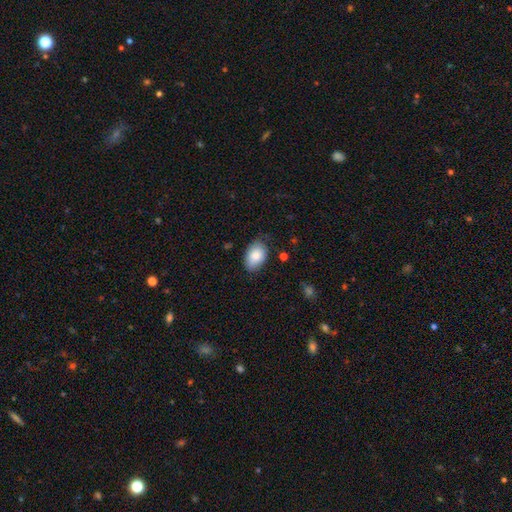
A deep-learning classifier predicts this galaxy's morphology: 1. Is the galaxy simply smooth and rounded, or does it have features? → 84% smooth, 9% featured or disk, 7% star or artifact.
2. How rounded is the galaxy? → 89% in between, 9% round, 1% cigar-shaped.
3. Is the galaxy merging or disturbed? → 75% none, 20% minor disturbance, 4% major disturbance, 1% merger.